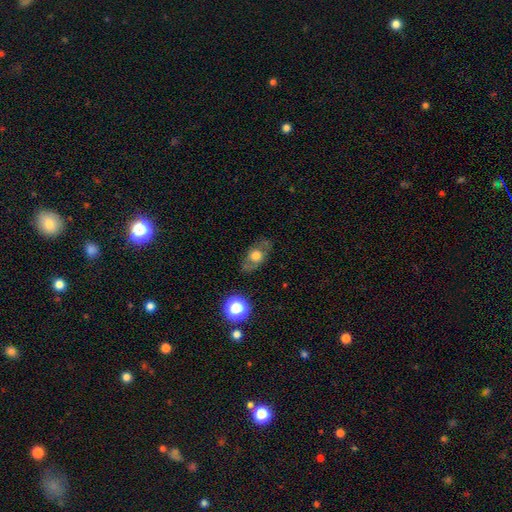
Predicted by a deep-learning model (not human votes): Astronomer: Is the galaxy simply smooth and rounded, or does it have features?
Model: smooth — 56% (runner-up: featured or disk, 33%).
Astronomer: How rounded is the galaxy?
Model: in between — 63%.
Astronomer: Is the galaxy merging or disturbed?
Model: none — 73%.